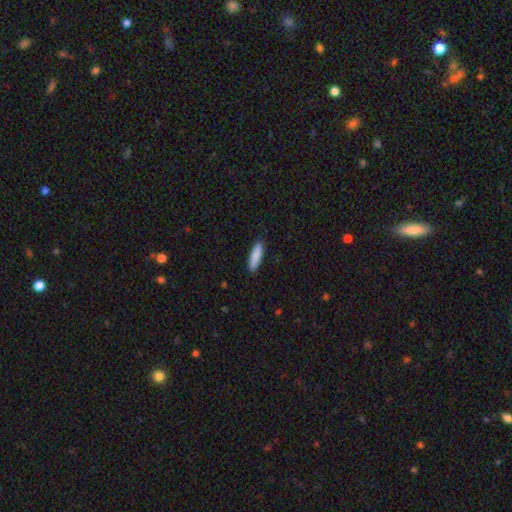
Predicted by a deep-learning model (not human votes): Smooth or featured: smooth — 88% (featured or disk — 7%)
How rounded: cigar-shaped — 68% (in between — 30%)
Merging: none — 89% (minor disturbance — 8%)